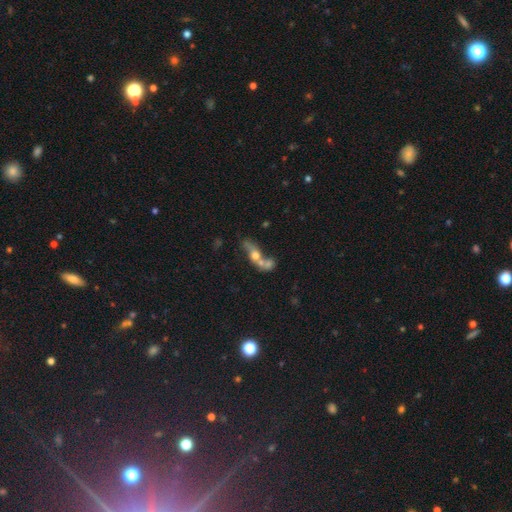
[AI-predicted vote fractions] This appears to be a featured or disk galaxy (46%). Merging: merger (60%).